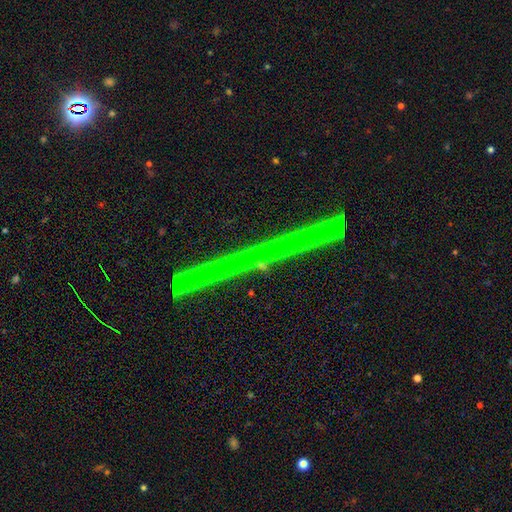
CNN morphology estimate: Q: Smooth or featured?
A: star or artifact (58%); runner-up: featured or disk (31%)